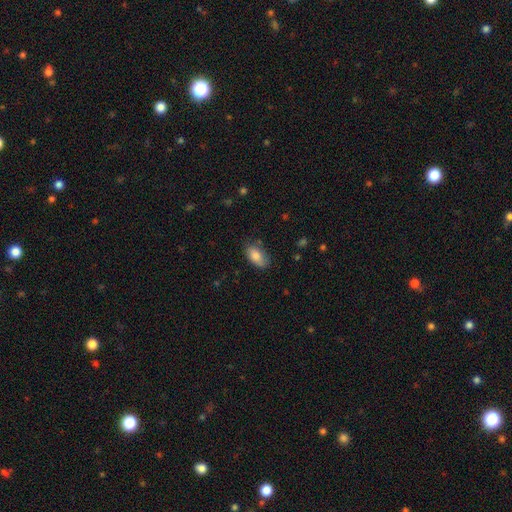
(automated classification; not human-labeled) Smooth or featured: smooth — 82% (featured or disk — 11%)
How rounded: in between — 93% (round — 5%)
Merging: none — 71% (minor disturbance — 23%)